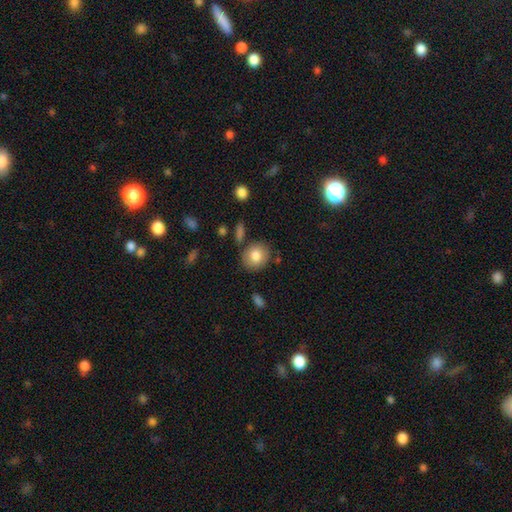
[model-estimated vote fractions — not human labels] Smooth or featured: smooth — 81% (featured or disk — 11%)
How rounded: round — 72% (in between — 27%)
Merging: none — 80% (minor disturbance — 12%)